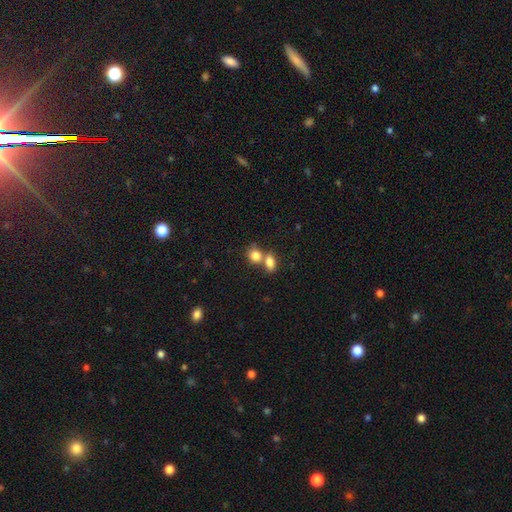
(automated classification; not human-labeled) A smooth galaxy with no disk features (81%) that is round (60%).

Vote fractions:
- Smooth or featured? smooth: 81% / featured or disk: 10% / star or artifact: 9%
- How rounded? round: 60% / in between: 38% / cigar-shaped: 2%
- Merging? merger: 54% / none: 35% / minor disturbance: 8% / major disturbance: 3%